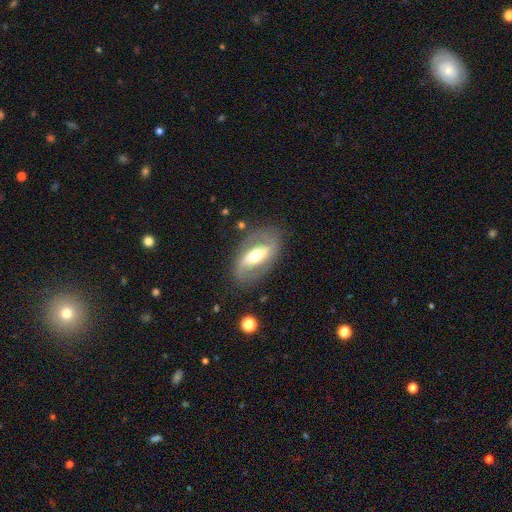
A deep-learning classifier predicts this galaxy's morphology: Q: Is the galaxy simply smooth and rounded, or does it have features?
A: featured or disk — 71%.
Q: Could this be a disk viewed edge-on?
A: no — 91%.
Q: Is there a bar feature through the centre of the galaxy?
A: strong — 45%.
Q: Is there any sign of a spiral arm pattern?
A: yes — 71%.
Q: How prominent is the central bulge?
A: moderate — 64%.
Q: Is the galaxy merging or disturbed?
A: none — 76%.